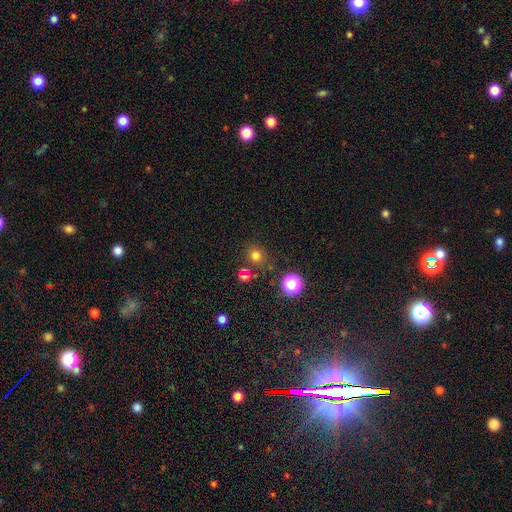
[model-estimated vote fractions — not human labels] Overall: smooth (72%). How rounded: round (85%). Merging: none (78%).